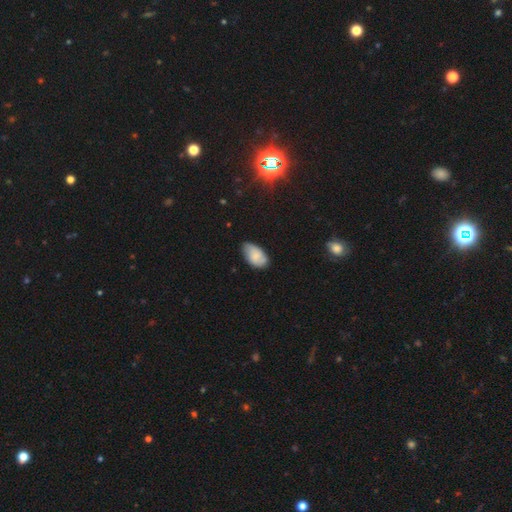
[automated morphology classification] type=smooth (75%); roundness=in between (94%); merging=none (65%).